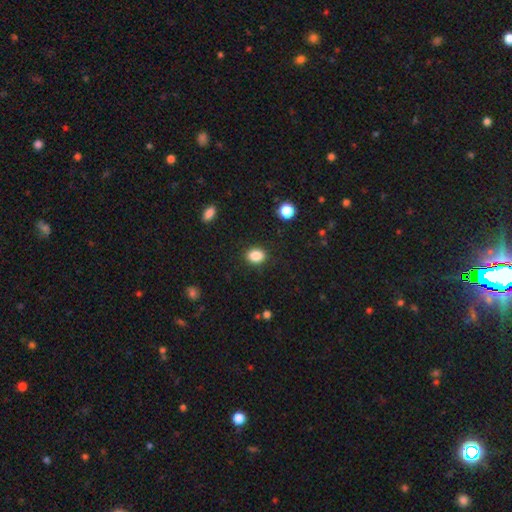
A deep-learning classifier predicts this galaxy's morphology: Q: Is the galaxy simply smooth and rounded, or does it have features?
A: smooth — 87%.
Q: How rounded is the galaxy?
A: in between — 56%.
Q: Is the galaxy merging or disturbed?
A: none — 88%.